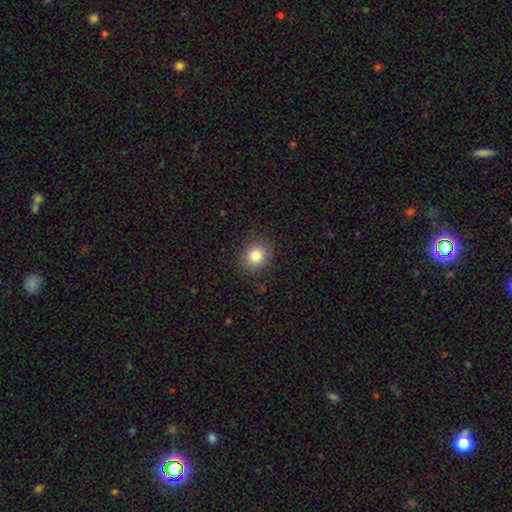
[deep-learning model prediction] Morphology: type=smooth (84%); roundness=round (72%); merging=none (87%).